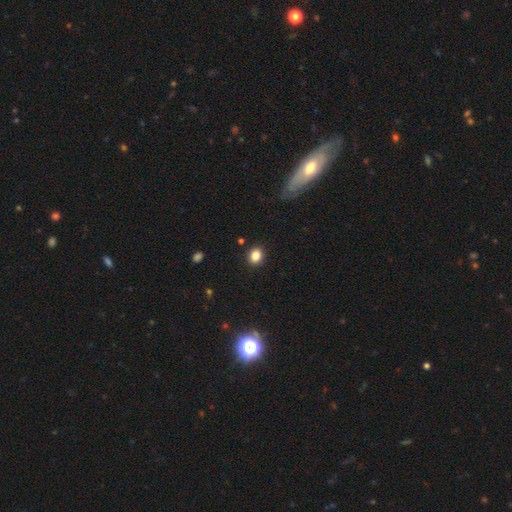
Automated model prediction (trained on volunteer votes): The model was most divided on "how rounded": round: 56%, in between: 43%, cigar-shaped: 1%. More confident: merging — none (89%); smooth or featured — smooth (84%).